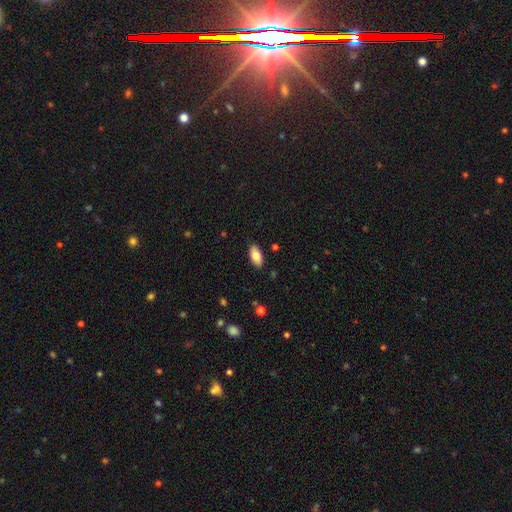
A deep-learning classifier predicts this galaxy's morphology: A smooth galaxy with no disk features (79%) that is in between round and cigar-shaped (92%). Merging: none (87%).